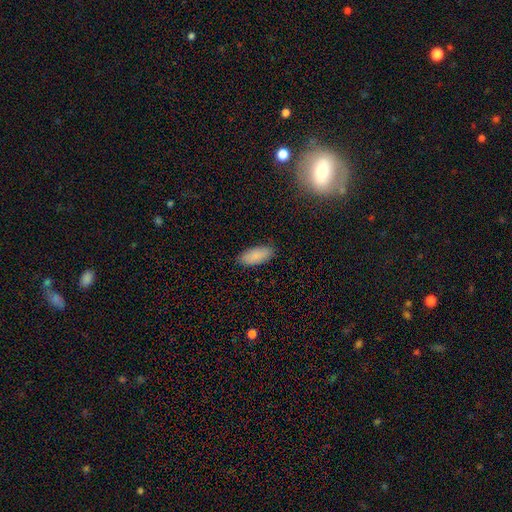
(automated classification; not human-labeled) Overall: smooth (88%). How rounded: in between (87%). Merging: none (86%).